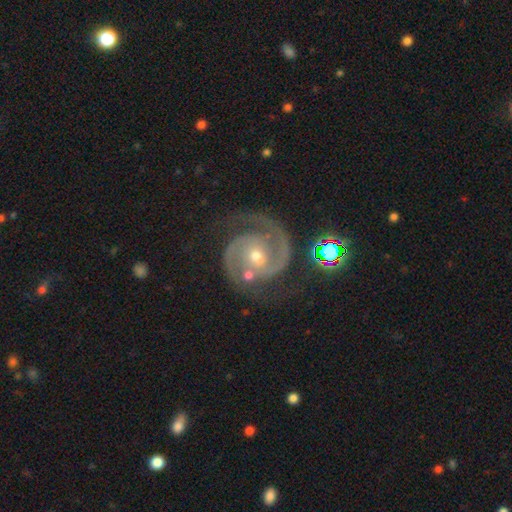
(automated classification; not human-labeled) Morphology: type=featured or disk (92%); edge-on=no (98%); bar=no (55%); spiral arms=yes (99%); winding=medium (48%); arm count=2 (92%); bulge=small (49%); merging=none (73%).